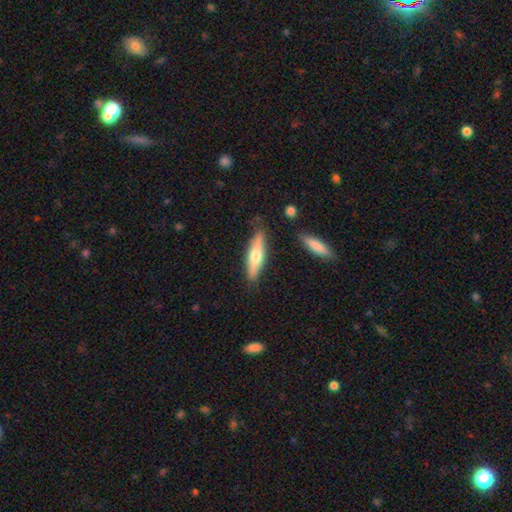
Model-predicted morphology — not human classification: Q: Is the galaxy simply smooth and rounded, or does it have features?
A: smooth — 49%.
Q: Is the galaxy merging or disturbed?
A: none — 82%.